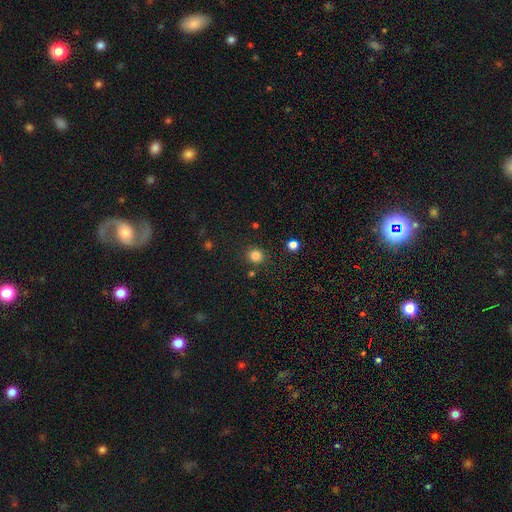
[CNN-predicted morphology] The model was most divided on "smooth or featured": smooth: 82%, star or artifact: 14%, featured or disk: 4%. More confident: how rounded — round (90%); merging — none (88%).